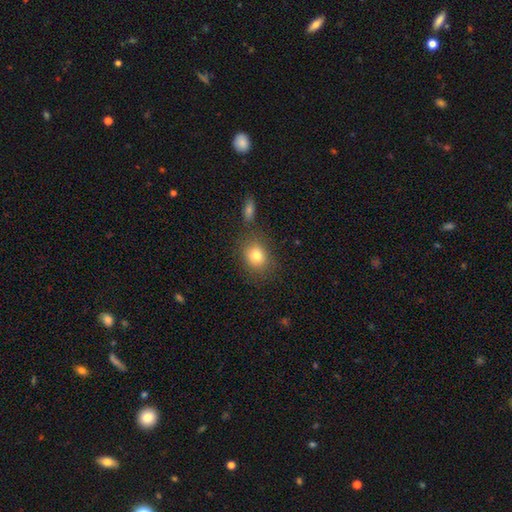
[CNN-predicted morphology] Smooth or featured? smooth (79%)
How rounded? round (54%)
Merging? none (76%)